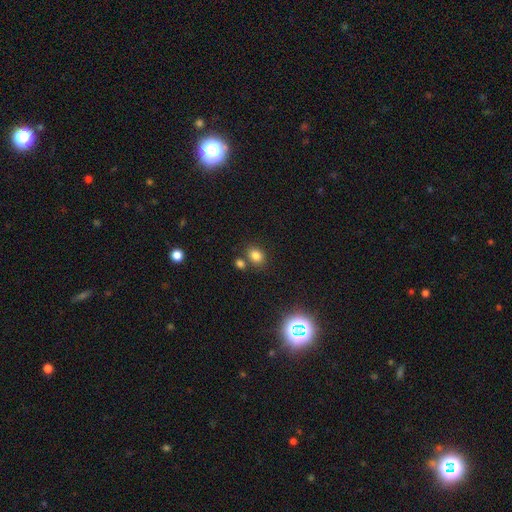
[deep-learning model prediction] This is likely a smooth galaxy (79%). How rounded: possibly in between (57%). Merging: likely none (68%).